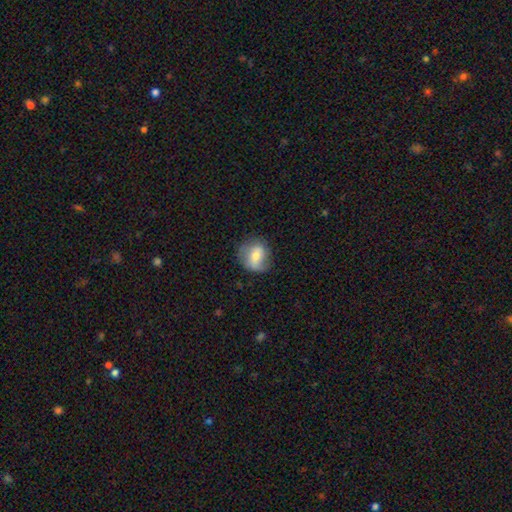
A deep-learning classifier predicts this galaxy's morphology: This is possibly a smooth galaxy (56%). How rounded: likely round (69%). Merging: likely none (68%).